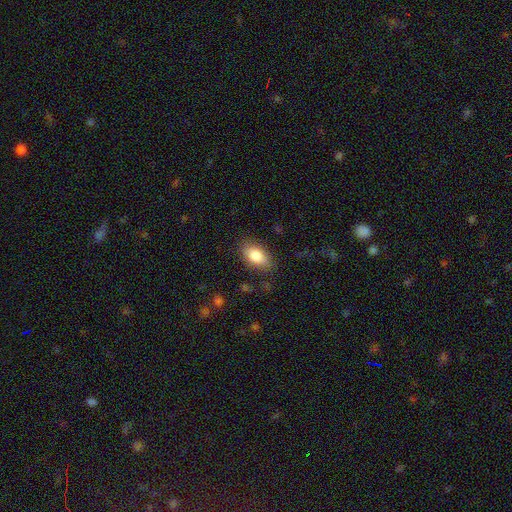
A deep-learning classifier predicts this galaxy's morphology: smooth-or-featured: smooth: 84% | featured or disk: 9% | star or artifact: 7%
  how-rounded: in between: 91% | round: 6% | cigar-shaped: 3%
  merging: none: 82% | minor disturbance: 13% | major disturbance: 4% | merger: 1%